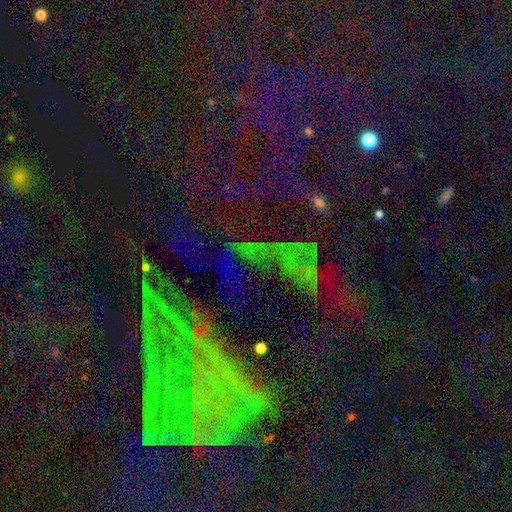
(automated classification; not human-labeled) Overall: star or artifact (77%).